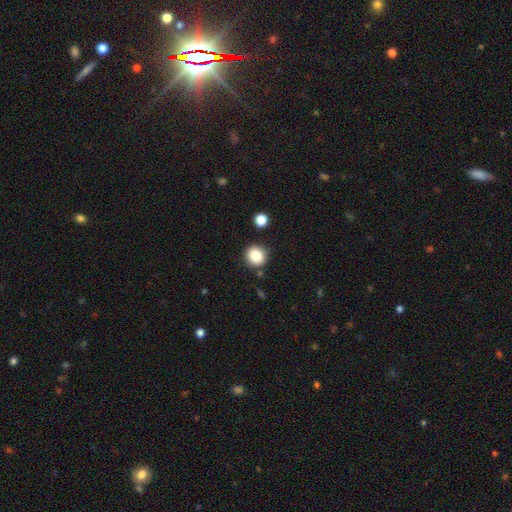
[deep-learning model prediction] A smooth galaxy with no disk features (84%) that is round (89%).

Vote fractions:
- Smooth or featured? smooth: 84% / star or artifact: 10% / featured or disk: 6%
- How rounded? round: 89% / in between: 10% / cigar-shaped: 1%
- Merging? none: 85% / minor disturbance: 9% / merger: 4% / major disturbance: 2%